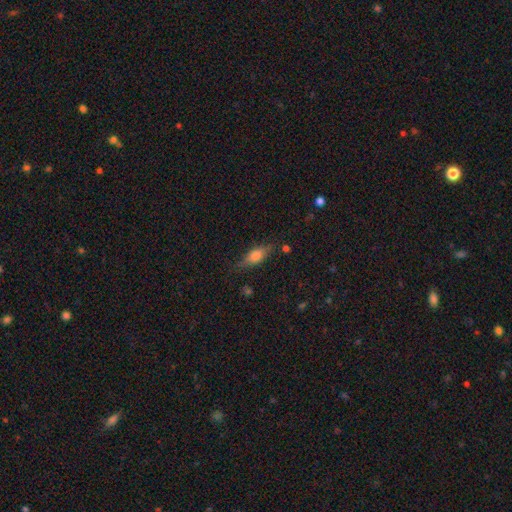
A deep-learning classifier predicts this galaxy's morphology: Smooth or featured: smooth — 51% (featured or disk — 40%)
How rounded: in between — 58% (cigar-shaped — 37%)
Merging: none — 75% (minor disturbance — 18%)